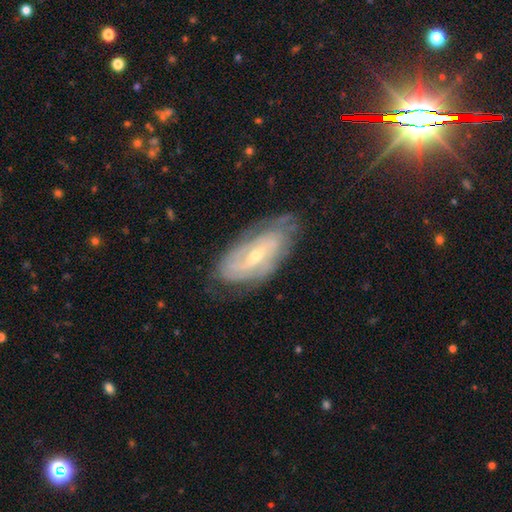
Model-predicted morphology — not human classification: Smooth or featured? featured or disk (79%)
Edge-on disk? no (92%)
Bar? weak (40%)
Spiral arms? yes (89%)
Spiral winding? tight (62%)
Spiral arm count? can't tell (42%)
Bulge size? small (64%)
Merging? none (70%)